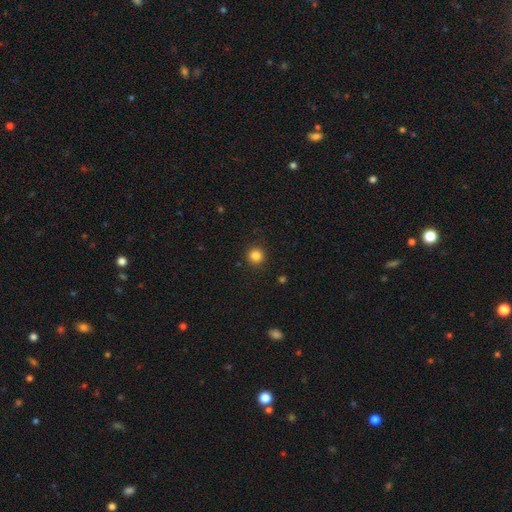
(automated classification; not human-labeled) Morphology: type=smooth (84%); roundness=round (95%); merging=none (91%).